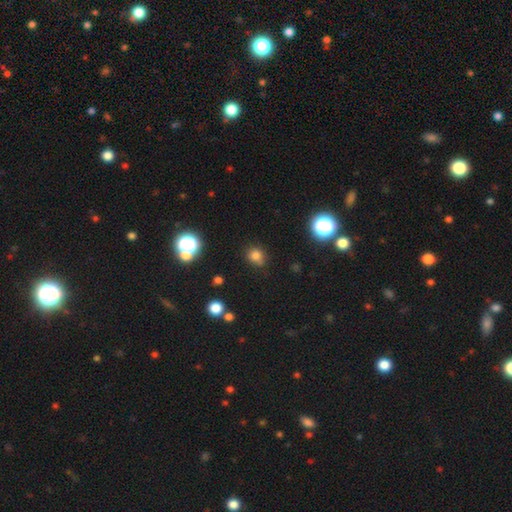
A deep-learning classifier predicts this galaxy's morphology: The model was most divided on "how rounded": round: 73%, in between: 26%, cigar-shaped: 1%. More confident: merging — none (77%); smooth or featured — smooth (76%).